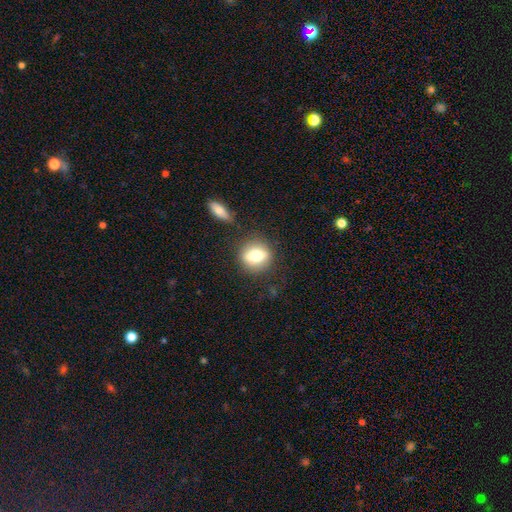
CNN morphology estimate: type=smooth (71%); roundness=round (61%); merging=none (81%).